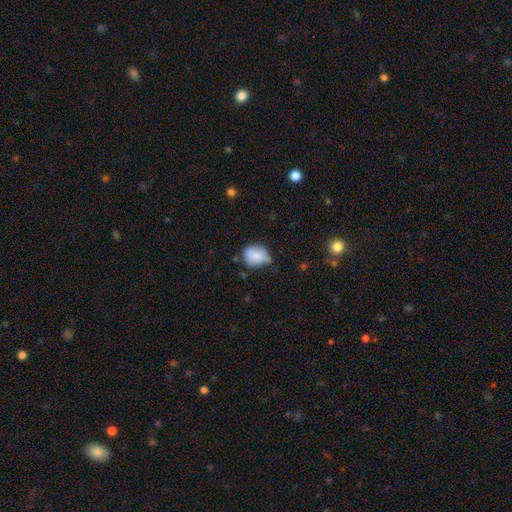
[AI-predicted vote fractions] Q: Smooth or featured?
A: smooth (83%); runner-up: star or artifact (9%)
Q: How rounded?
A: round (59%); runner-up: in between (40%)
Q: Merging?
A: none (46%); runner-up: minor disturbance (40%)